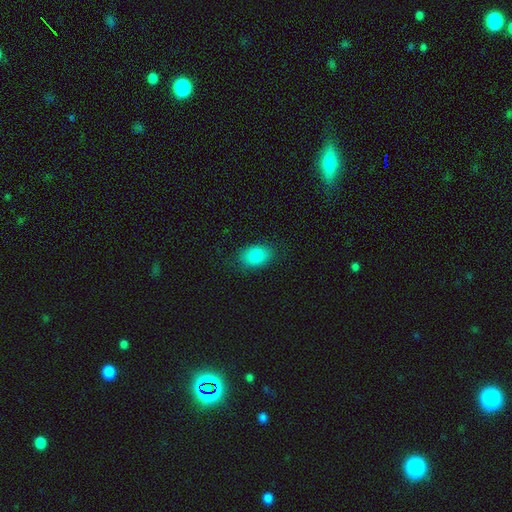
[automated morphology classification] Smooth or featured: smooth — 86% (star or artifact — 8%)
How rounded: in between — 81% (round — 18%)
Merging: none — 83% (minor disturbance — 13%)